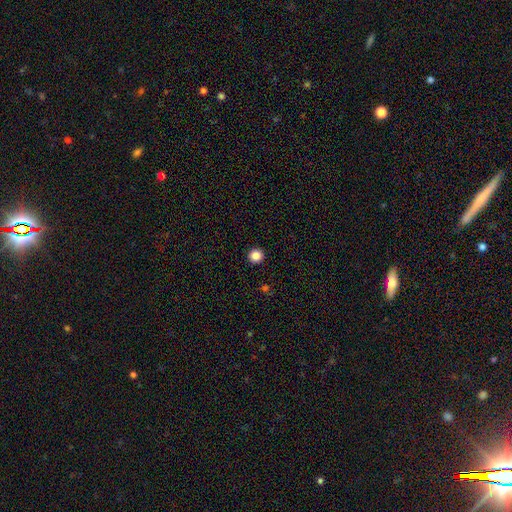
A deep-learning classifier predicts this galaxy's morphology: Smooth or featured? smooth (86%)
How rounded? round (95%)
Merging? none (94%)